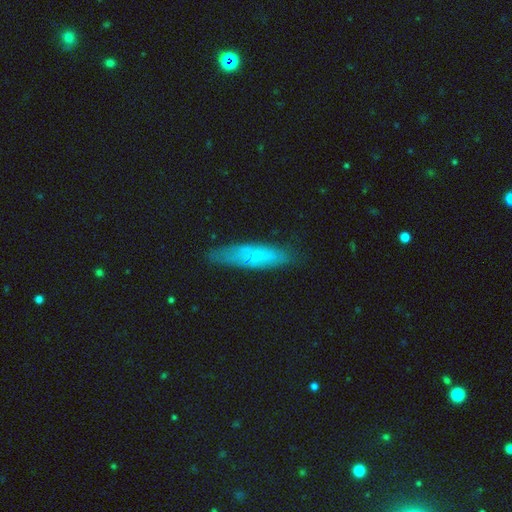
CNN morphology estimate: The model was most divided on "smooth or featured": smooth: 52%, featured or disk: 39%, star or artifact: 9%. More confident: merging — none (76%); how rounded — cigar-shaped (69%).